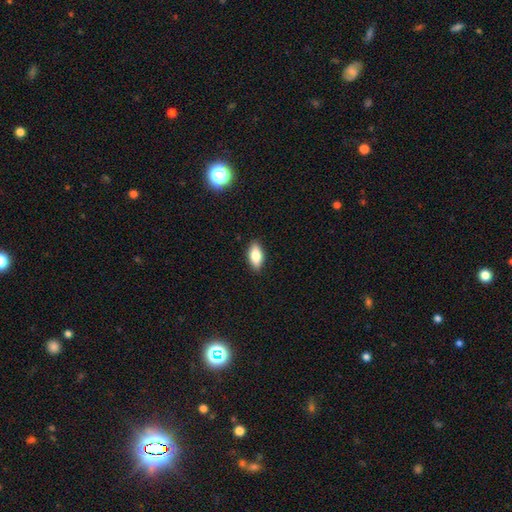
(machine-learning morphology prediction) Smooth or featured? smooth (78%)
How rounded? in between (86%)
Merging? none (88%)